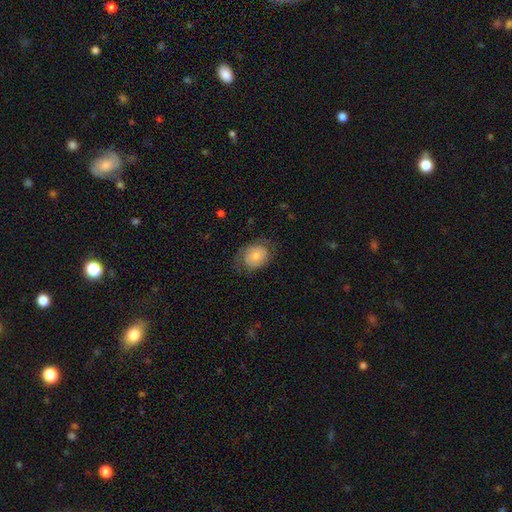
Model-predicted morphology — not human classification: smooth 60%, featured or disk 32%, star or artifact 7%. Down the decision tree: how rounded — in between (51%); merging — none (59%).